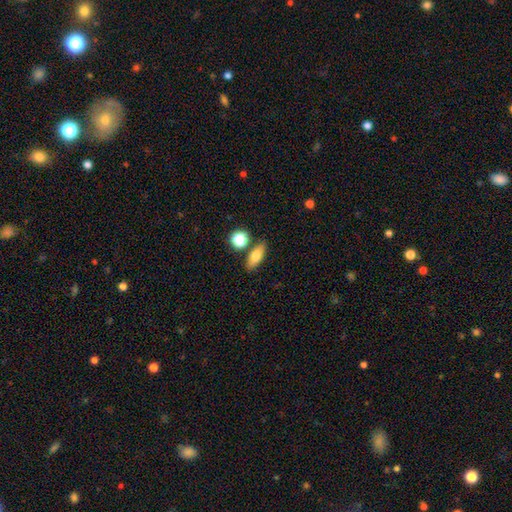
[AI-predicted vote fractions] The model was most divided on "how rounded": in between: 68%, cigar-shaped: 22%, round: 10%. More confident: merging — none (76%); smooth or featured — smooth (75%).